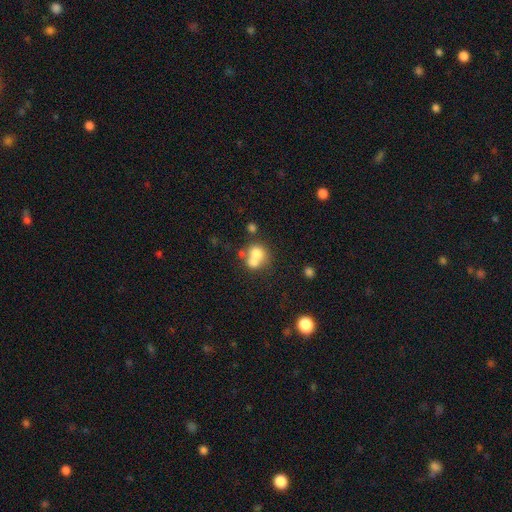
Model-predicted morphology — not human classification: smooth 69%, featured or disk 20%, star or artifact 11%. Down the decision tree: how rounded — round (70%); merging — merger (59%).